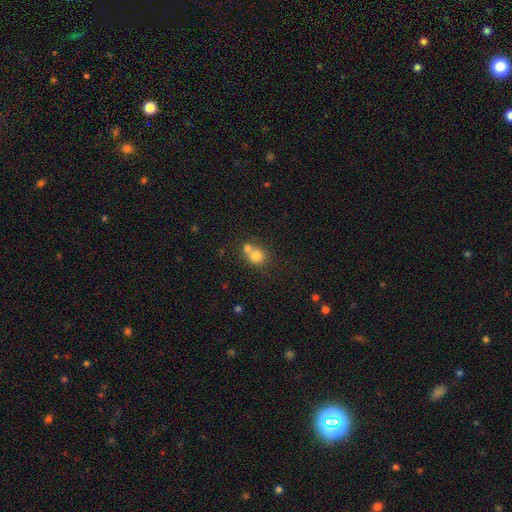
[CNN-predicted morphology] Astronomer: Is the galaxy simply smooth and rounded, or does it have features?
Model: smooth — 76%.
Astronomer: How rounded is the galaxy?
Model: round — 78%.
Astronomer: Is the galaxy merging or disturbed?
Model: merger — 49% (runner-up: none, 40%).